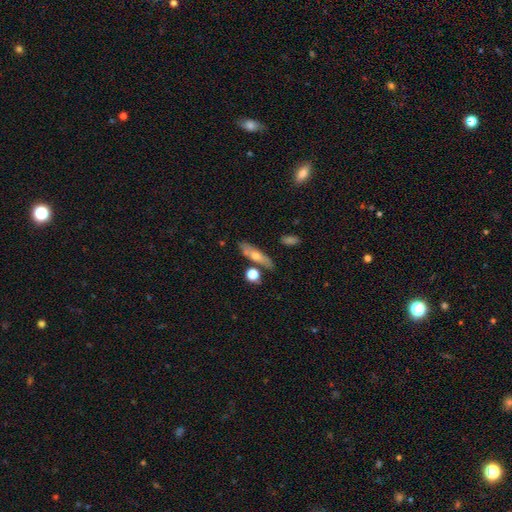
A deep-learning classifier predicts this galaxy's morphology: This appears to be a smooth galaxy with no disk features (53%) that is cigar-shaped (57%). Merging: none (73%).